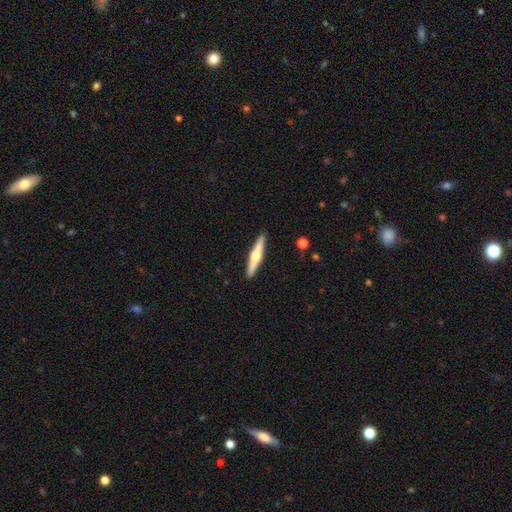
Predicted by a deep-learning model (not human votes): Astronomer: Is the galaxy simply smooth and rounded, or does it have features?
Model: featured or disk — 62%.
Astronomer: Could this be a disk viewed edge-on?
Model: yes — 98%.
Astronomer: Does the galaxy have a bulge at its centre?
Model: rounded — 89%.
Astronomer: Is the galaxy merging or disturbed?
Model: none — 91%.